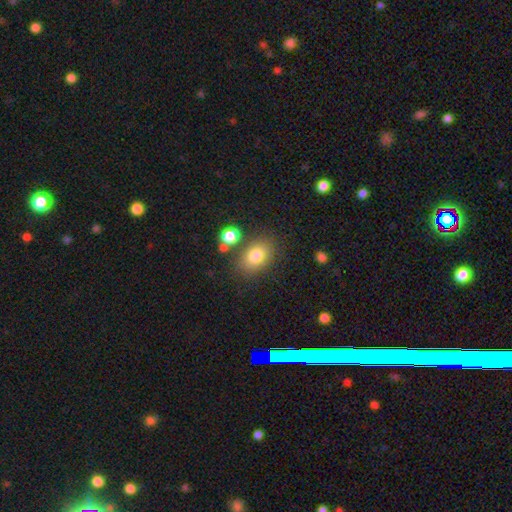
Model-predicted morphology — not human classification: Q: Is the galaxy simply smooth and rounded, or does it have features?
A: smooth — 79%.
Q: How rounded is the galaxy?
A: in between — 76%.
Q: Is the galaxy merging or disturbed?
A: none — 75%.